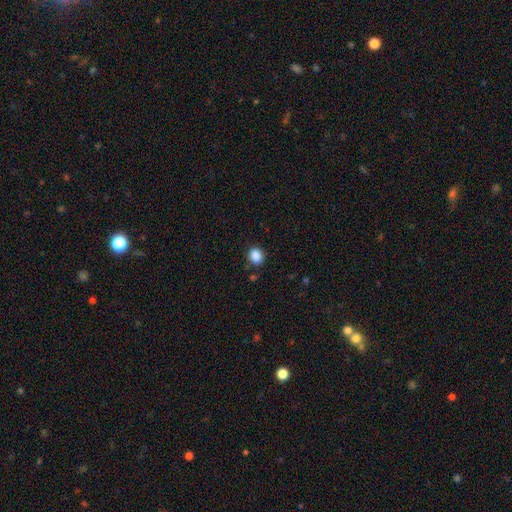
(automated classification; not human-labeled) This appears to be a smooth galaxy with no disk features (88%) that is round (54%). Merging: none (84%).